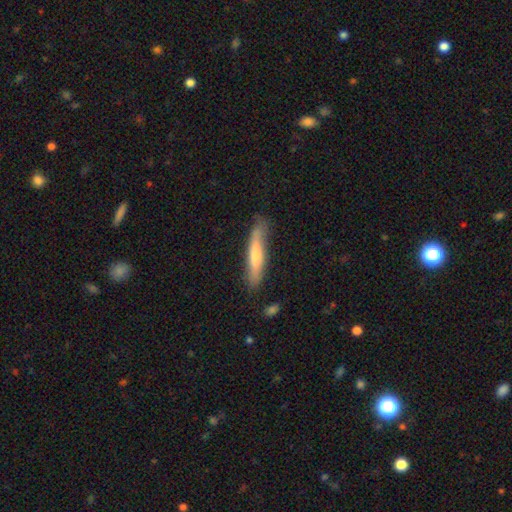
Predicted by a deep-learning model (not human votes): A smooth galaxy with no disk features (61%) that is cigar-shaped (89%).

Vote fractions:
- Smooth or featured? smooth: 61% / featured or disk: 33% / star or artifact: 5%
- How rounded? cigar-shaped: 89% / in between: 10% / round: 1%
- Merging? none: 75% / minor disturbance: 19% / major disturbance: 4% / merger: 2%